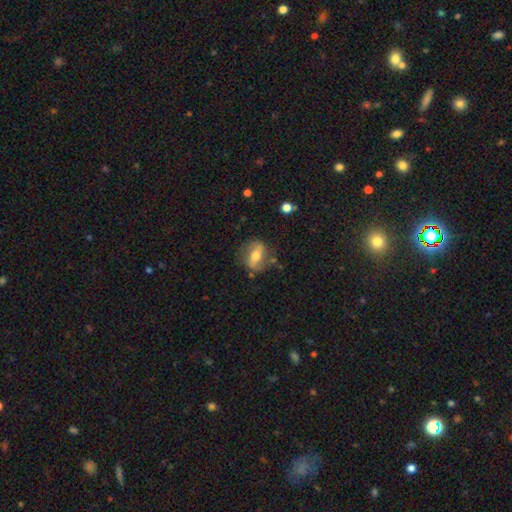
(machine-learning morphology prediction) This appears to be a featured or disk galaxy (55%). Merging: none (71%).